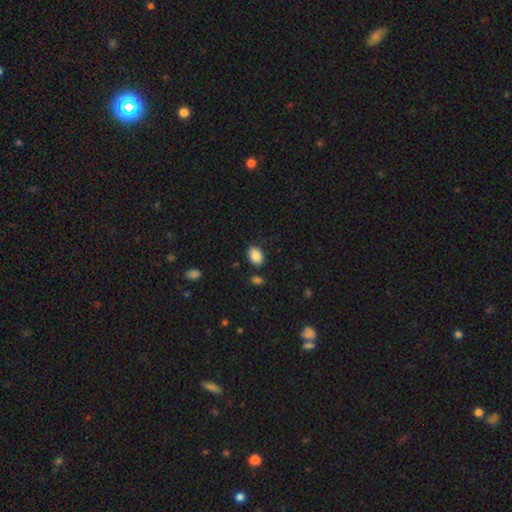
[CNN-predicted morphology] Q: Smooth or featured?
A: smooth (87%); runner-up: star or artifact (8%)
Q: How rounded?
A: in between (73%); runner-up: round (26%)
Q: Merging?
A: none (81%); runner-up: minor disturbance (12%)